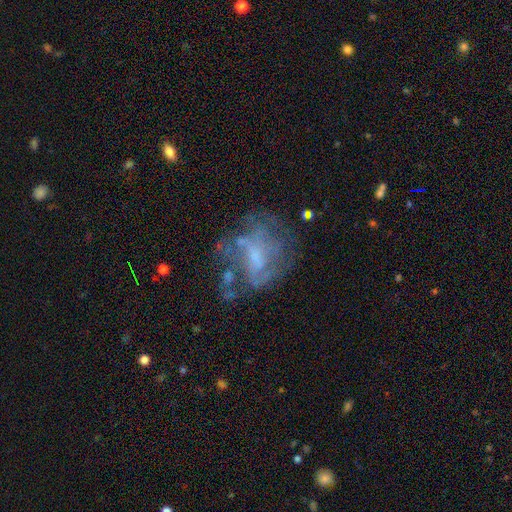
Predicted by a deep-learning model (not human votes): A featured or disk galaxy (64%) with no bar (57%), no spiral arms (60%) and a small central bulge (36%). Merging: none (47%).